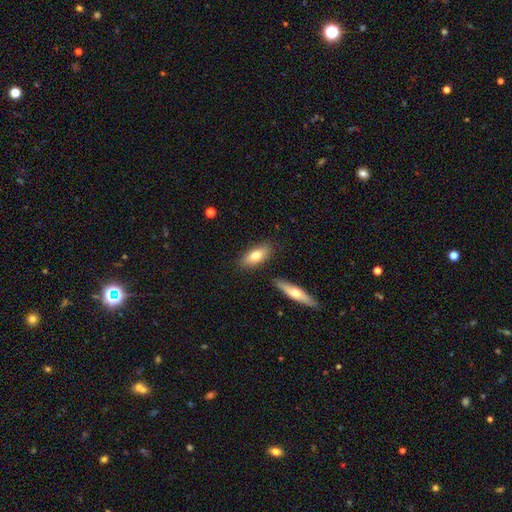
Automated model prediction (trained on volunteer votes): Q: Smooth or featured?
A: smooth (74%); runner-up: featured or disk (19%)
Q: How rounded?
A: in between (80%); runner-up: cigar-shaped (17%)
Q: Merging?
A: none (81%); runner-up: minor disturbance (11%)